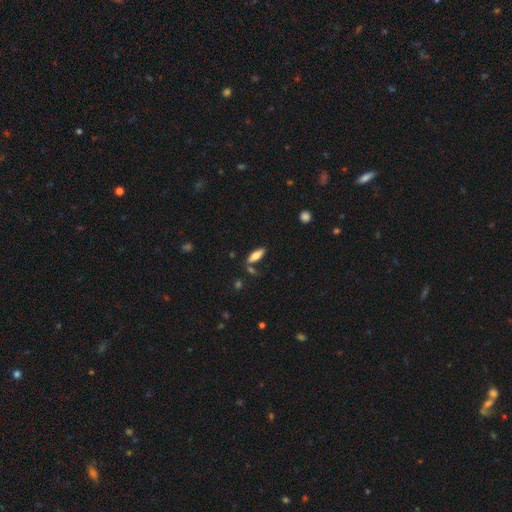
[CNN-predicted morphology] Overall: smooth (71%). How rounded: in between (64%; cigar-shaped 34%). Merging: none (74%).